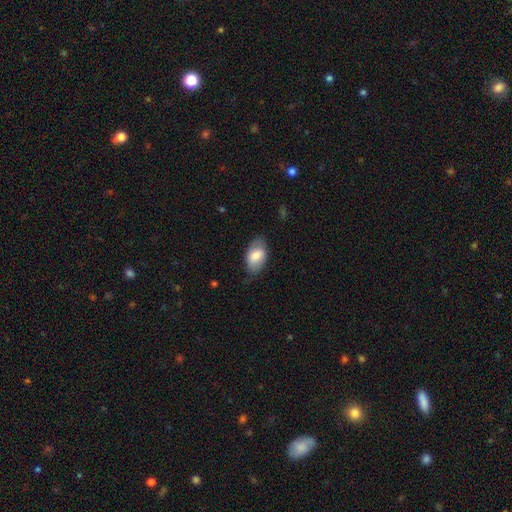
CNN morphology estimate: smooth 75%, featured or disk 19%, star or artifact 6%. Down the decision tree: how rounded — in between (93%); merging — none (72%).